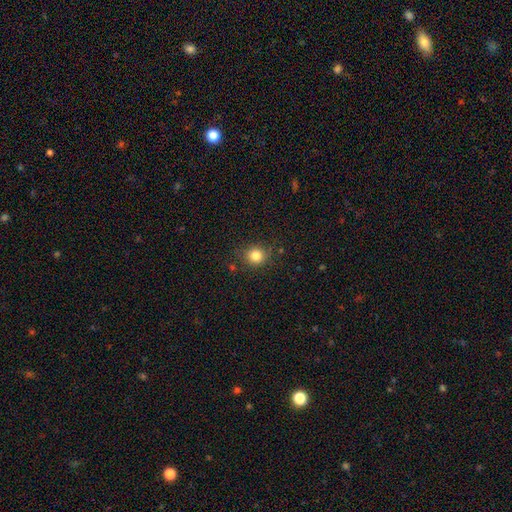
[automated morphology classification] This appears to be a smooth galaxy with no disk features (82%) that is round (85%). Merging: none (83%).